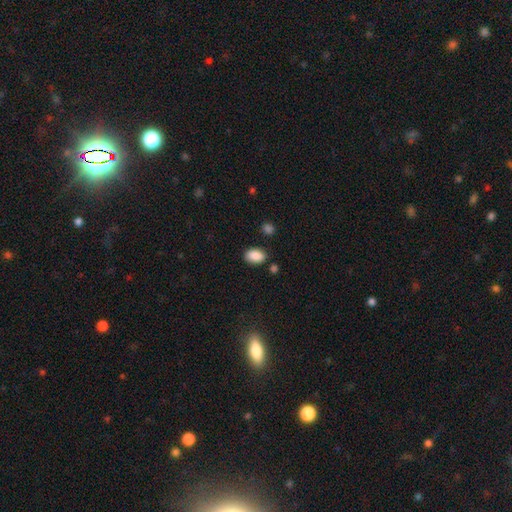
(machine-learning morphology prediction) smooth-or-featured: smooth: 89% | star or artifact: 8% | featured or disk: 4%
  how-rounded: in between: 87% | round: 11% | cigar-shaped: 1%
  merging: none: 82% | minor disturbance: 11% | merger: 4% | major disturbance: 3%